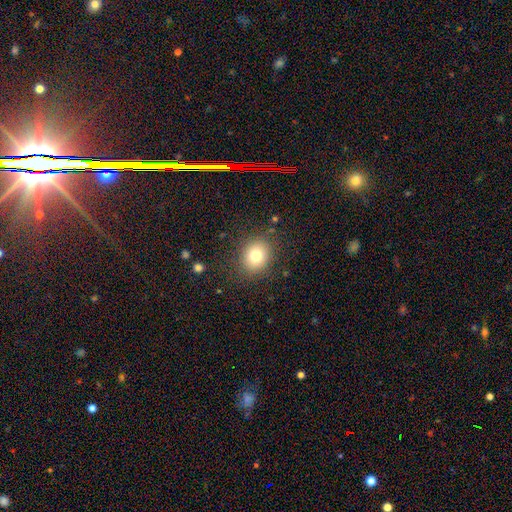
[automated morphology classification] A smooth galaxy with no disk features (78%) that is round (66%). Merging: none (85%).